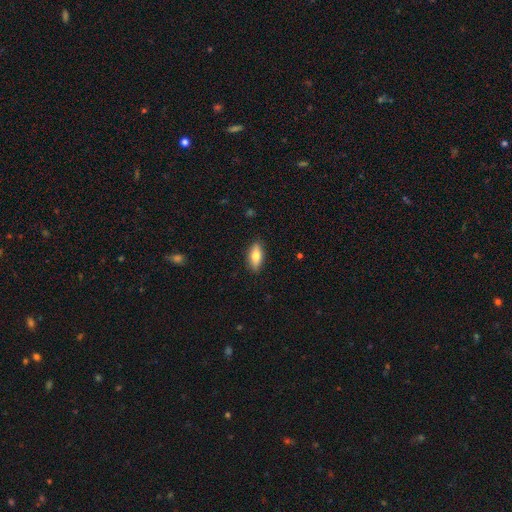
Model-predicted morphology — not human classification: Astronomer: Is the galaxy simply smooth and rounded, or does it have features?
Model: smooth — 76%.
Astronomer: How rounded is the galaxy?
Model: in between — 81%.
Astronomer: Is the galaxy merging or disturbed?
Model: none — 88%.